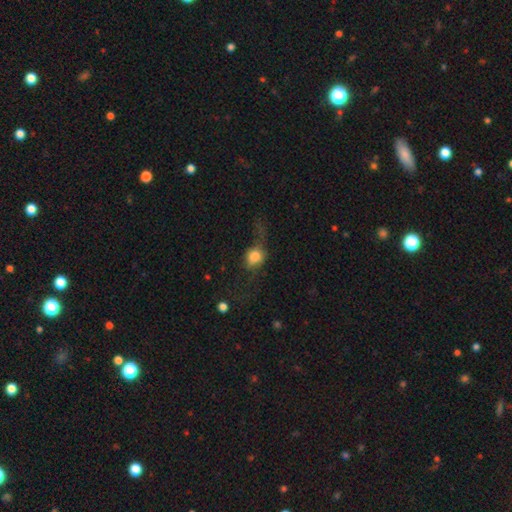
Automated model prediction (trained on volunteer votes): A smooth galaxy with no disk features (72%) that is round (64%).

Vote fractions:
- Smooth or featured? smooth: 72% / featured or disk: 19% / star or artifact: 10%
- How rounded? round: 64% / in between: 34% / cigar-shaped: 2%
- Merging? major disturbance: 41% / none: 33% / minor disturbance: 22% / merger: 4%